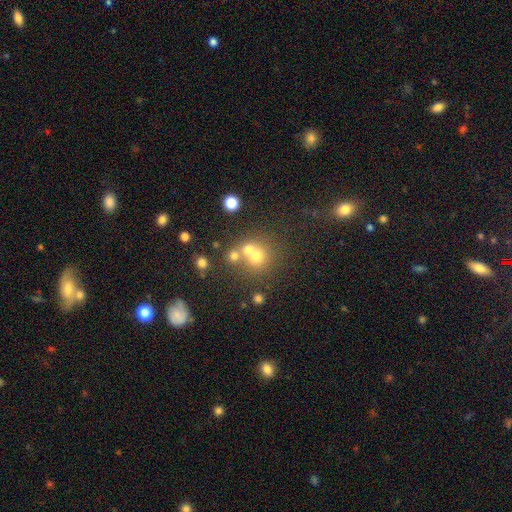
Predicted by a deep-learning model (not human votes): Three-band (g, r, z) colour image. It shows a smooth galaxy with no disk features (62%) that is round (84%). Merging: none (48%).